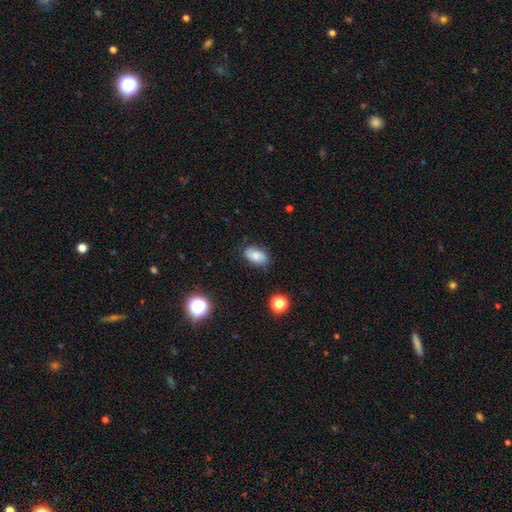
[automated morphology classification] Overall: smooth (78%). How rounded: in between (91%). Merging: none (78%).